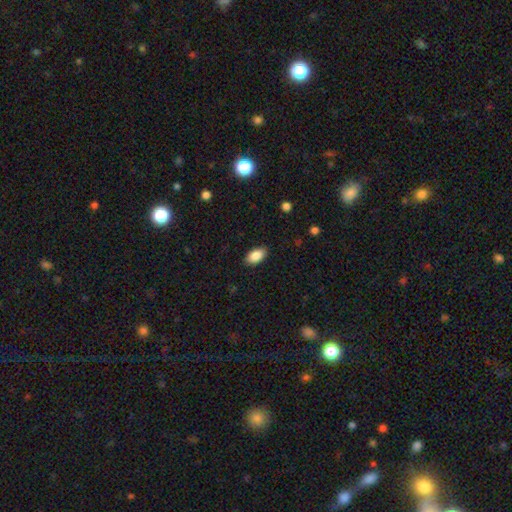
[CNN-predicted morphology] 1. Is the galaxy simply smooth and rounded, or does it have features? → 88% smooth, 7% star or artifact, 5% featured or disk.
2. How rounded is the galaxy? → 93% in between, 4% round, 2% cigar-shaped.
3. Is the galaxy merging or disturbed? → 87% none, 10% minor disturbance, 2% major disturbance, 1% merger.